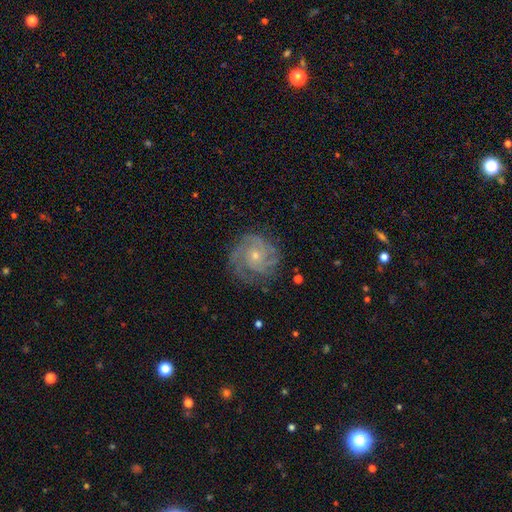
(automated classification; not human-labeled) Smooth or featured?
  - featured or disk: 85% *
  - smooth: 8%
  - star or artifact: 6%
Edge-on disk?
  - no: 98% *
  - yes: 2%
Bar?
  - no: 78% *
  - weak: 18%
  - strong: 3%
Spiral arms?
  - yes: 97% *
  - no: 3%
Spiral winding?
  - tight: 65% *
  - medium: 30%
  - loose: 5%
Spiral arm count?
  - 3: 36% *
  - can't tell: 20%
  - 2: 17%
  - 4: 15%
  - more than 4: 6%
  - 1: 6%
Bulge size?
  - small: 69% *
  - moderate: 28%
  - none: 2%
  - large: 1%
  - dominant: 1%
Merging?
  - none: 75% *
  - minor disturbance: 17%
  - major disturbance: 7%
  - merger: 1%